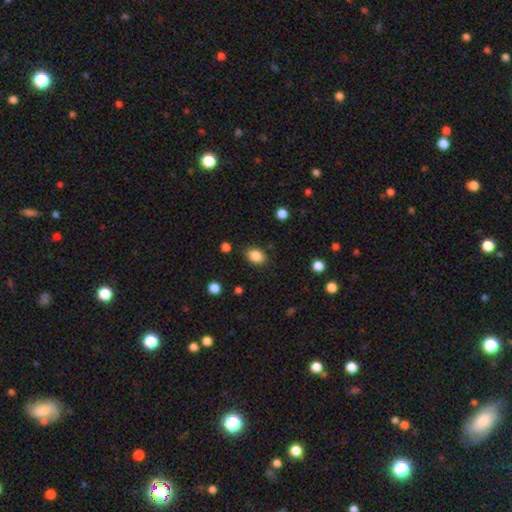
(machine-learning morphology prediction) A smooth galaxy with no disk features (87%) that is in between round and cigar-shaped (70%).

Vote fractions:
- Smooth or featured? smooth: 87% / star or artifact: 9% / featured or disk: 4%
- How rounded? in between: 70% / round: 29% / cigar-shaped: 1%
- Merging? none: 82% / minor disturbance: 12% / major disturbance: 3% / merger: 2%